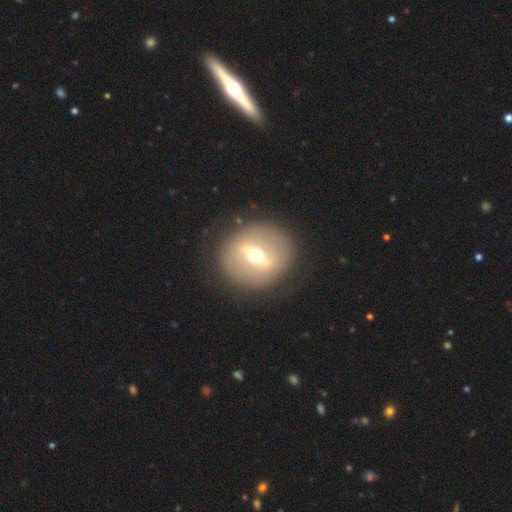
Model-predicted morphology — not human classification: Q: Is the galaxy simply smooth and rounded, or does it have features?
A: featured or disk — 73%.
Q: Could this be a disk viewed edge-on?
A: no — 81%.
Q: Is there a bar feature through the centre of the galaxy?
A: strong — 69%.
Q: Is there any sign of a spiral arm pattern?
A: no — 73%.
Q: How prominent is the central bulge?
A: moderate — 71%.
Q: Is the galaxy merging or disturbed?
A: none — 87%.